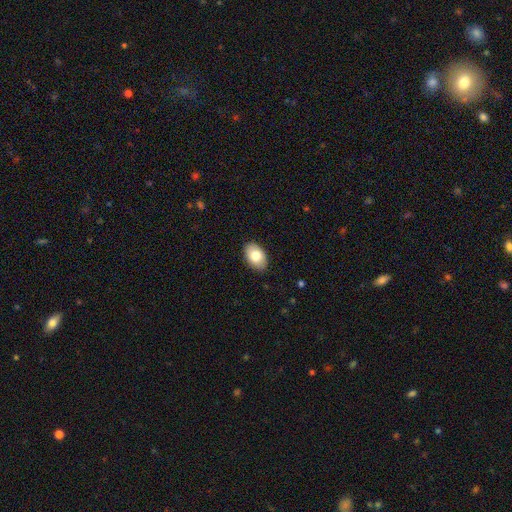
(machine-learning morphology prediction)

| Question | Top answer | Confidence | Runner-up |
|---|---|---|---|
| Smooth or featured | smooth | 80% | featured or disk (13%) |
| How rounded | in between | 88% | round (11%) |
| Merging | none | 88% | minor disturbance (10%) |